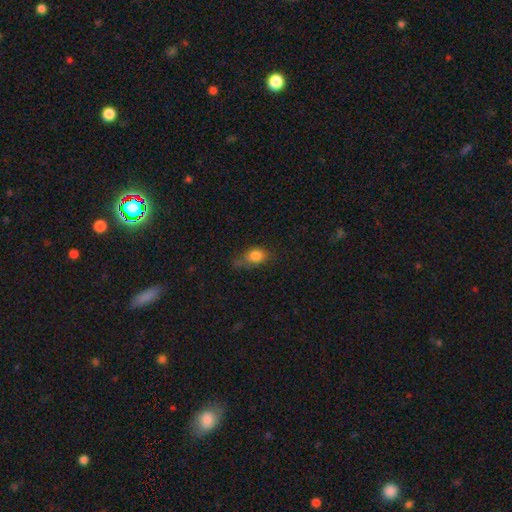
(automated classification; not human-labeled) This is clearly a smooth galaxy (81%). How rounded: likely in between (60%). Merging: possibly none (47%).